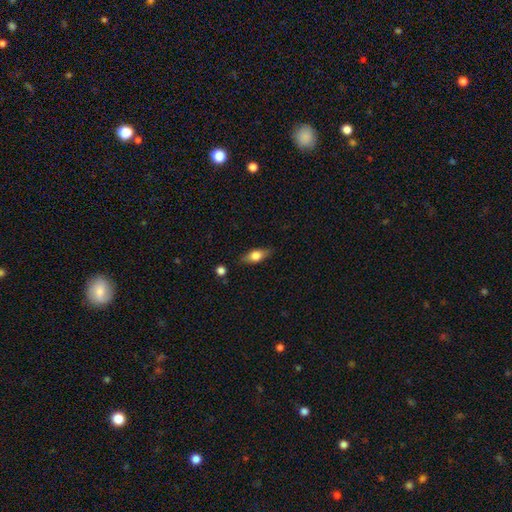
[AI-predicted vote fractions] smooth-or-featured: smooth: 63% | featured or disk: 30% | star or artifact: 7%
  how-rounded: in between: 74% | cigar-shaped: 20% | round: 7%
  merging: none: 81% | minor disturbance: 14% | major disturbance: 3% | merger: 2%